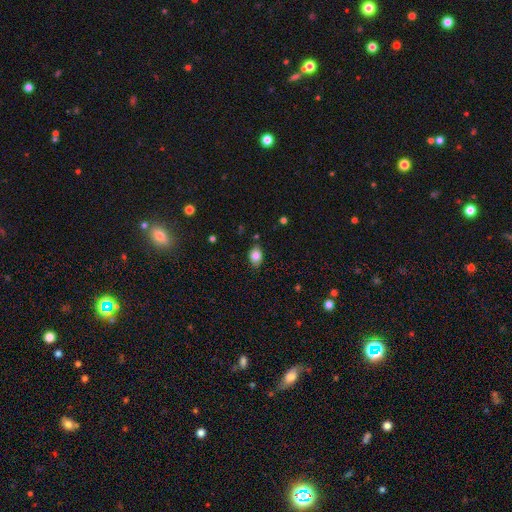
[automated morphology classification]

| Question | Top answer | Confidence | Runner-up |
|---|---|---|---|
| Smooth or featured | smooth | 82% | featured or disk (9%) |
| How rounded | in between | 75% | round (23%) |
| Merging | none | 81% | minor disturbance (14%) |